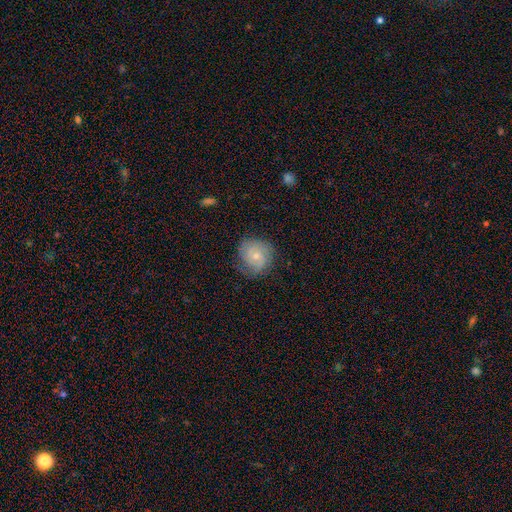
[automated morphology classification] smooth-or-featured: smooth: 52% | featured or disk: 40% | star or artifact: 8%
  how-rounded: round: 83% | in between: 16% | cigar-shaped: 1%
  merging: none: 70% | minor disturbance: 22% | major disturbance: 7% | merger: 1%